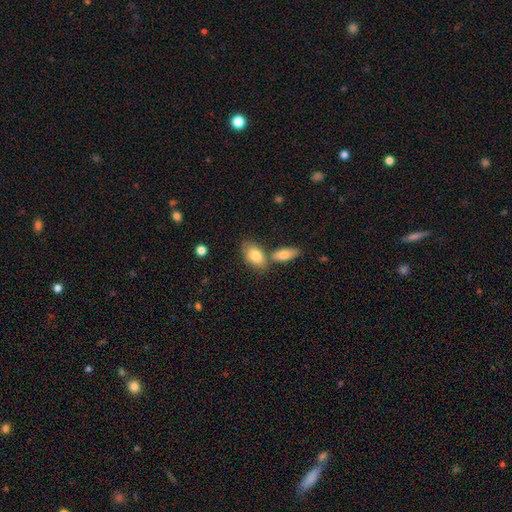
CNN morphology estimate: A smooth galaxy with no disk features (81%) that is in between round and cigar-shaped (90%). Merging: none (51%).